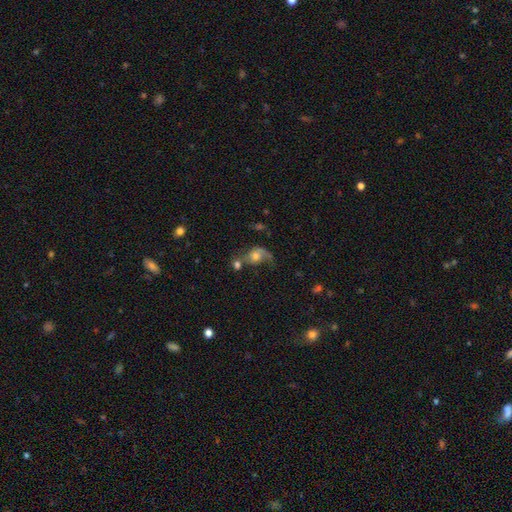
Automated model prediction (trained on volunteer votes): Q: Smooth or featured?
A: featured or disk (57%); runner-up: smooth (32%)
Q: Edge-on disk?
A: no (96%); runner-up: yes (4%)
Q: Bar?
A: no (76%); runner-up: weak (21%)
Q: Spiral arms?
A: yes (83%); runner-up: no (17%)
Q: Bulge size?
A: moderate (56%); runner-up: small (24%)
Q: Merging?
A: none (32%); runner-up: major disturbance (27%)